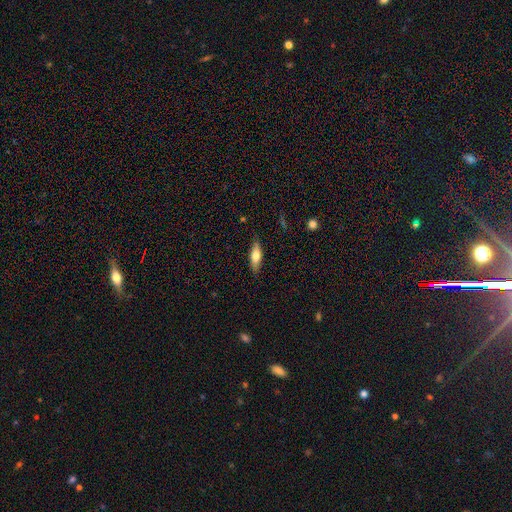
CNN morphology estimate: smooth_or_featured: smooth (p=0.64) [alt: featured or disk p=0.30]
how_rounded: cigar-shaped (p=0.49) [tied with: in between p=0.49]
merging: none (p=0.86) [alt: minor disturbance p=0.11]